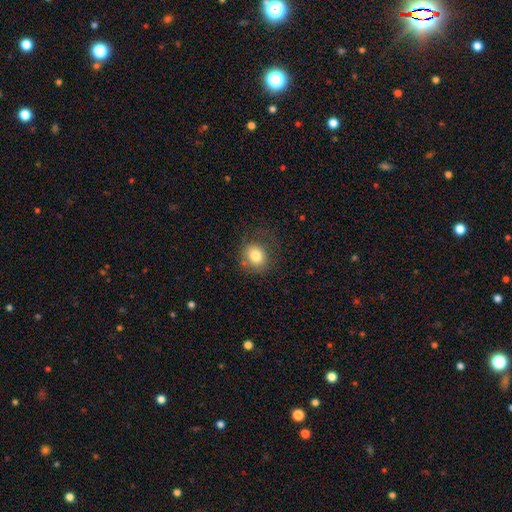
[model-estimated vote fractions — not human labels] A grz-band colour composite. It shows a smooth galaxy with no disk features (80%) that is round (76%). Merging: none (68%).